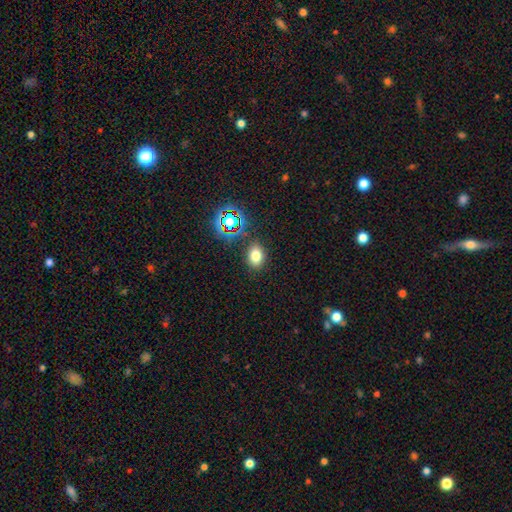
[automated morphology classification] Overall: smooth (72%). How rounded: in between (72%). Merging: none (85%).